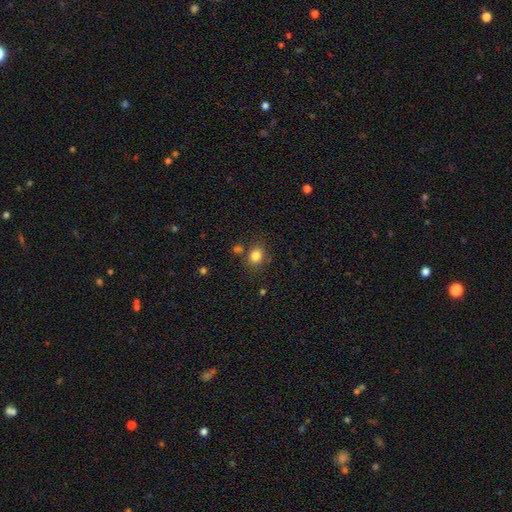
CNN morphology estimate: The model was most divided on "how rounded": round: 62%, in between: 37%, cigar-shaped: 1%. More confident: smooth or featured — smooth (82%); merging — none (73%).